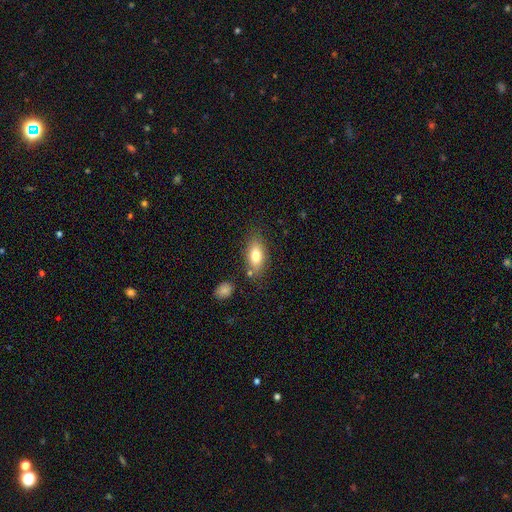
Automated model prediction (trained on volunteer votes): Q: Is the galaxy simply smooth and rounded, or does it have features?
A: smooth — 76%.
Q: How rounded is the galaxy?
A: in between — 86%.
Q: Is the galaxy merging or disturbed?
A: none — 76%.